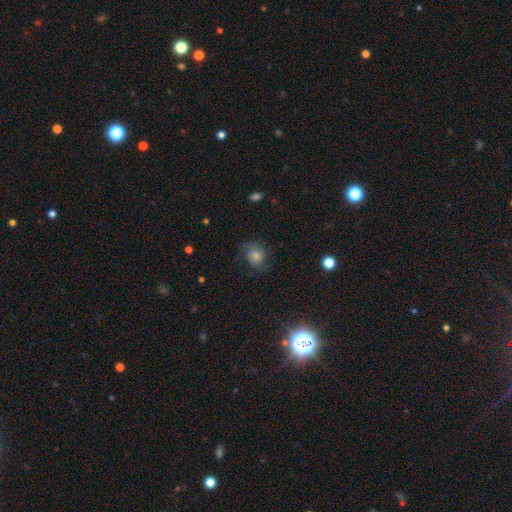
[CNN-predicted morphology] smooth_or_featured: smooth (p=0.58) [alt: featured or disk p=0.29]
how_rounded: round (p=0.62) [alt: in between p=0.37]
merging: none (p=0.66) [alt: minor disturbance p=0.22]